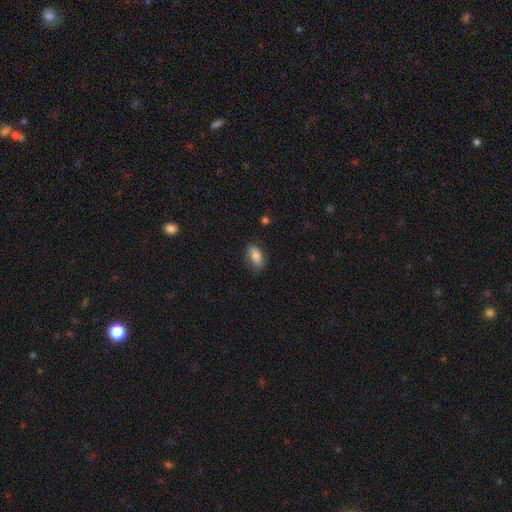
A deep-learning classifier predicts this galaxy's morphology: This appears to be a smooth galaxy with no disk features (76%) that is in between round and cigar-shaped (88%). Merging: none (76%).